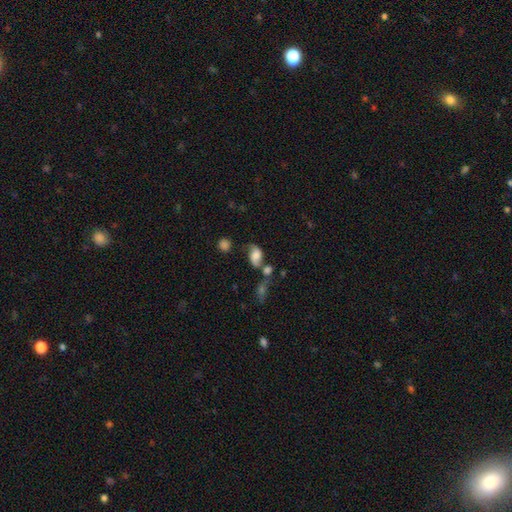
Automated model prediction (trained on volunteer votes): The model was most divided on "merging": none: 36%, merger: 27%, minor disturbance: 21%, major disturbance: 15%. Remaining: smooth or featured — smooth (49%).